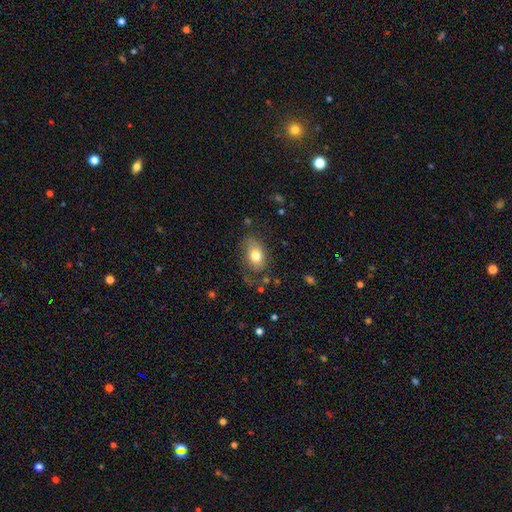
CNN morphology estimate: The model was most divided on "merging": none: 66%, minor disturbance: 22%, major disturbance: 9%, merger: 3%. More confident: how rounded — in between (86%); smooth or featured — smooth (77%).